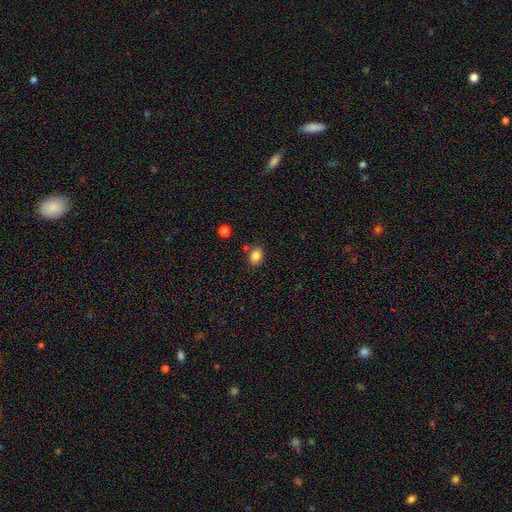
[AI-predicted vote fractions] Morphology: type=smooth (85%); roundness=in between (69%); merging=none (75%).